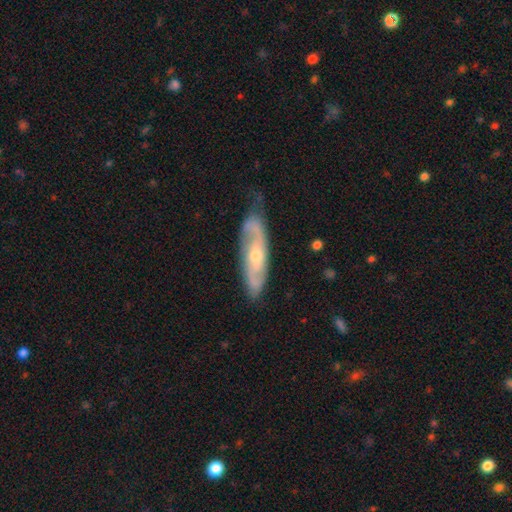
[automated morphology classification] type=featured or disk (75%); edge-on=no (80%); bar=no (62%); spiral arms=yes (90%); winding=medium (44%); arm count=2 (69%); bulge=small (53%); merging=none (68%).